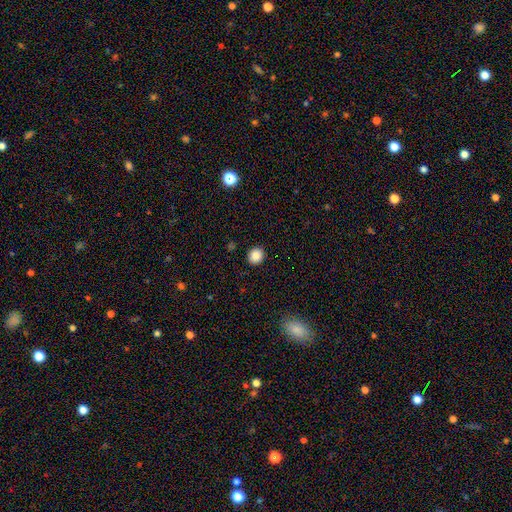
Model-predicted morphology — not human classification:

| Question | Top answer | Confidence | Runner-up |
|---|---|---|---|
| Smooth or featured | smooth | 86% | star or artifact (10%) |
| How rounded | round | 83% | in between (17%) |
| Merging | none | 92% | minor disturbance (5%) |